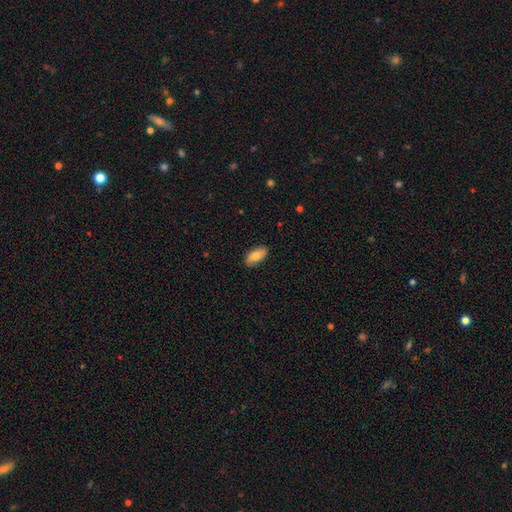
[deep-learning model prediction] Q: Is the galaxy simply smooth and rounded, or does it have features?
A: smooth — 81%.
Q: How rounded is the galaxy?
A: in between — 91%.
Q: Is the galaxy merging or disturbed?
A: none — 84%.